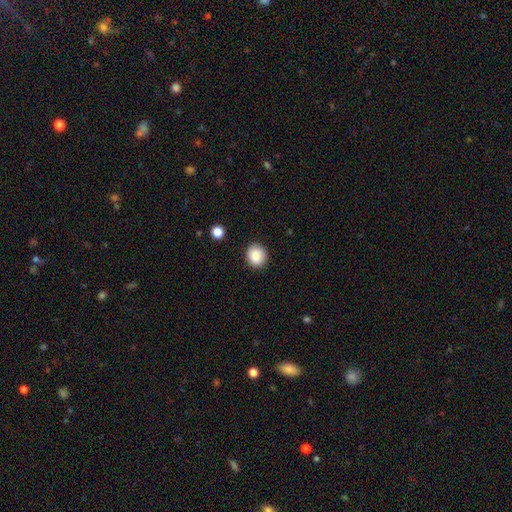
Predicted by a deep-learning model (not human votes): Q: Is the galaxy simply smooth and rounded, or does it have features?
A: smooth — 87%.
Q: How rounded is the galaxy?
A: round — 79%.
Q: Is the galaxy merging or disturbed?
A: none — 89%.